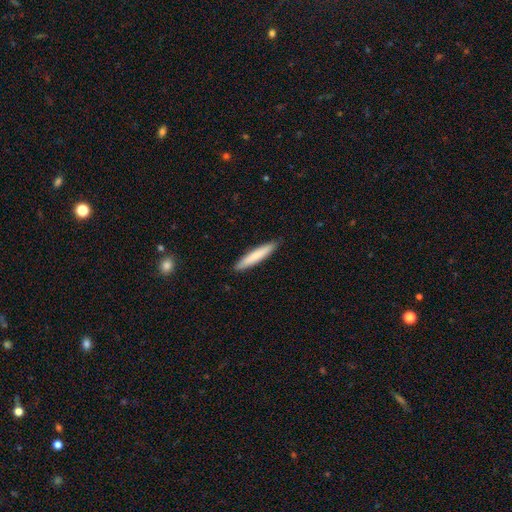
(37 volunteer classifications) Smooth or featured? smooth (73%)
How rounded? cigar-shaped (96%)
Merging? none (94%)